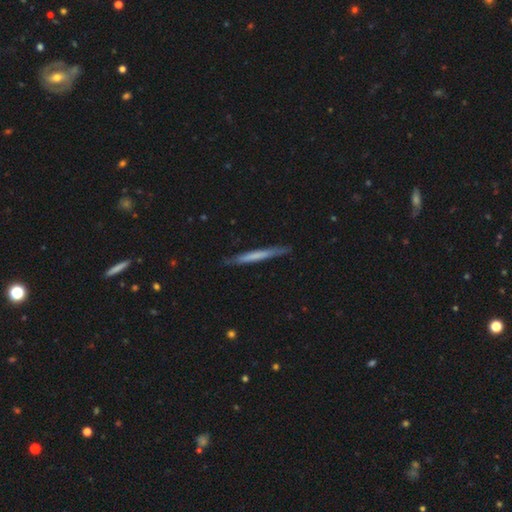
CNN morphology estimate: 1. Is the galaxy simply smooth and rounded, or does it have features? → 54% smooth, 41% featured or disk, 5% star or artifact.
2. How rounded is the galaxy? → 97% cigar-shaped, 2% in between, 1% round.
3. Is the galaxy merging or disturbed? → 85% none, 11% minor disturbance, 2% major disturbance, 1% merger.